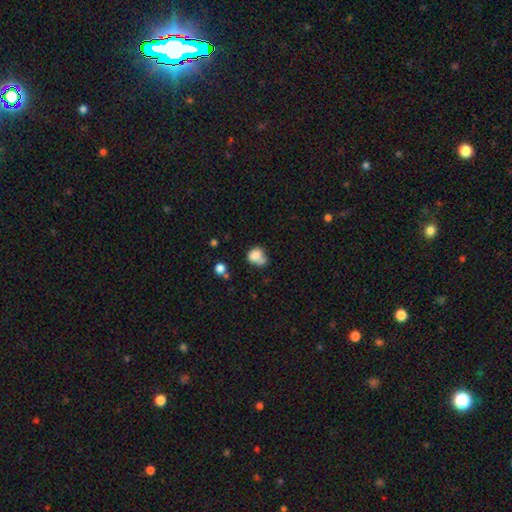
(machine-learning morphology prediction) This is likely a smooth galaxy (78%). How rounded: possibly round (56%). Merging: marginally none (34%).